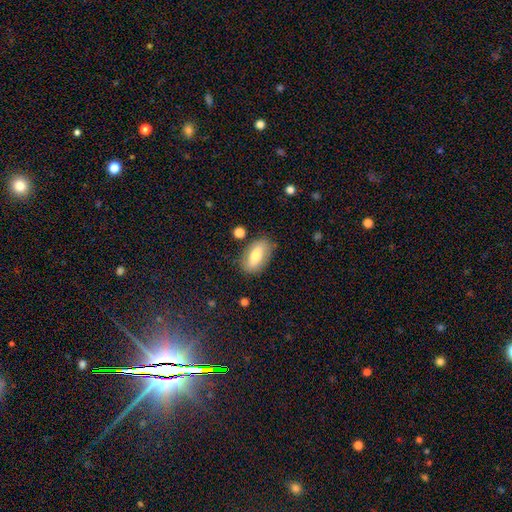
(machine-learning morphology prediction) smooth-or-featured: smooth: 72% | featured or disk: 21% | star or artifact: 7%
  how-rounded: in between: 89% | cigar-shaped: 6% | round: 5%
  merging: none: 79% | minor disturbance: 14% | major disturbance: 4% | merger: 3%